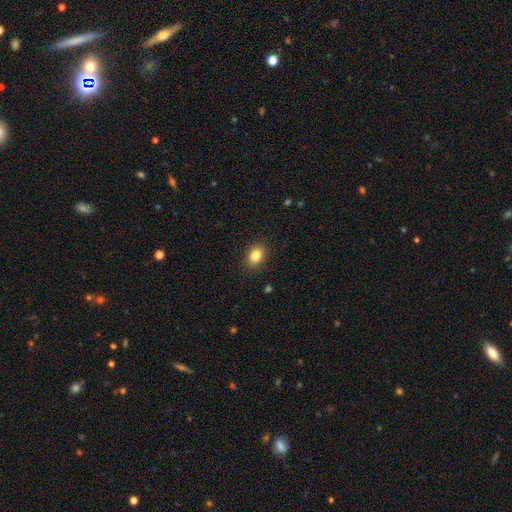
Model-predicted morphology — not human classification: Smooth or featured: smooth — 84% (star or artifact — 10%)
How rounded: in between — 63% (round — 36%)
Merging: none — 88% (minor disturbance — 9%)